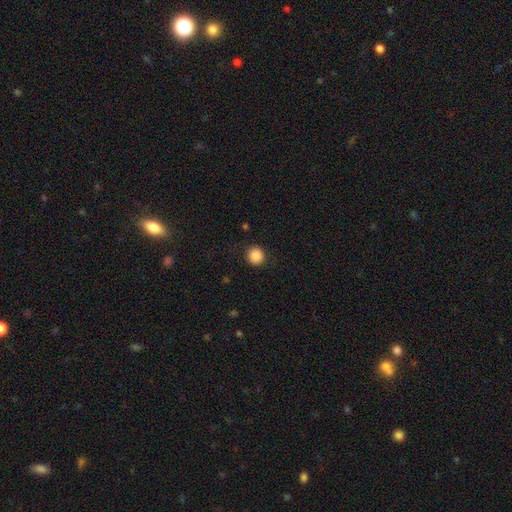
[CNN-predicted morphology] smooth_or_featured: smooth (p=0.88) [alt: star or artifact p=0.09]
how_rounded: round (p=0.91) [alt: in between p=0.08]
merging: none (p=0.88) [alt: minor disturbance p=0.08]